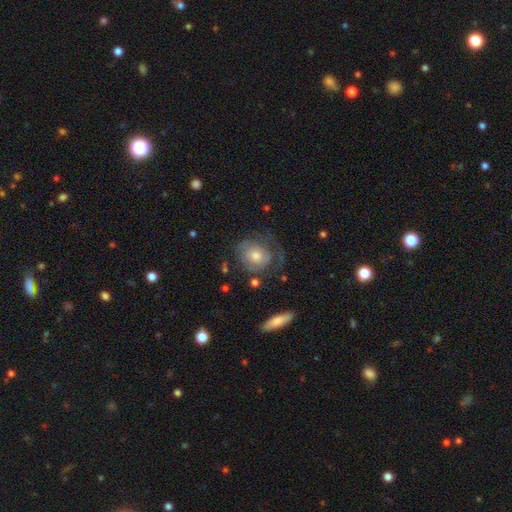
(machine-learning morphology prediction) Overall: featured or disk (56%; smooth 36%). Edge-on disk: no (95%). Bar: no (80%). Spiral arms: yes (72%). Bulge size: moderate (57%; small 29%). Merging: none (51%; major disturbance 25%).